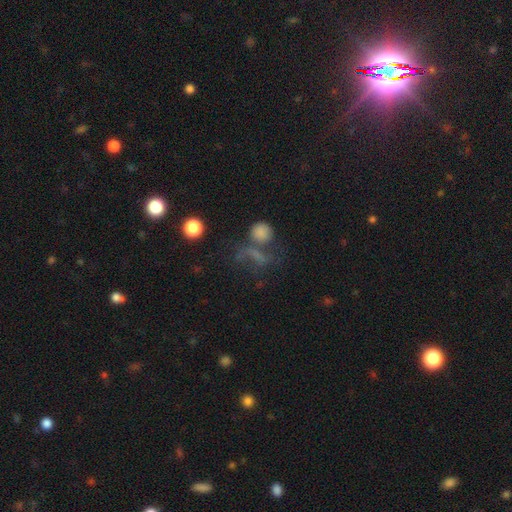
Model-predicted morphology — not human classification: A smooth galaxy with no disk features (43%).

Vote fractions:
- Smooth or featured? smooth: 43% / star or artifact: 35% / featured or disk: 22%
- Merging? none: 41% / merger: 23% / major disturbance: 21% / minor disturbance: 15%